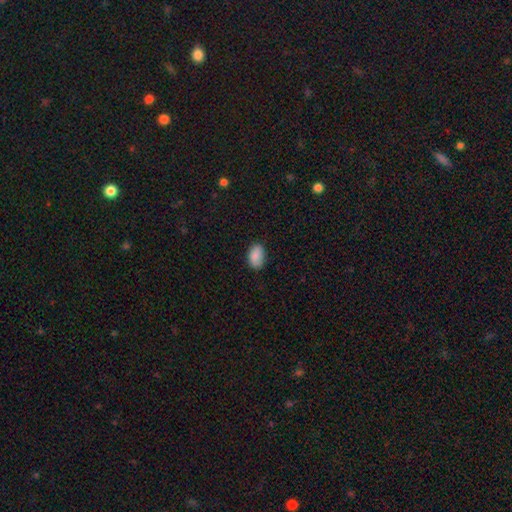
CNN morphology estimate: A smooth galaxy with no disk features (86%) that is in between round and cigar-shaped (89%). Merging: none (82%).